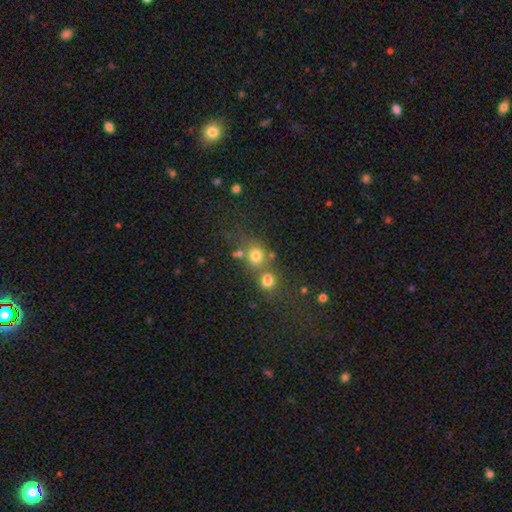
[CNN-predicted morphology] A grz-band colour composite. It shows a smooth galaxy with no disk features (74%) that is round (83%). Merging: none (54%).